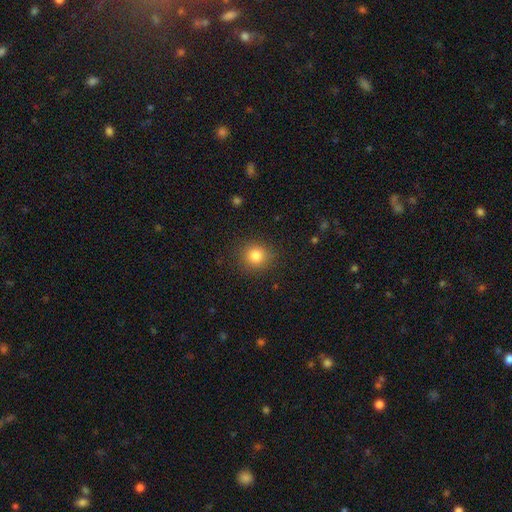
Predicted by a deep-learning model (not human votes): This is clearly a smooth galaxy (82%). How rounded: clearly round (89%). Merging: clearly none (89%).